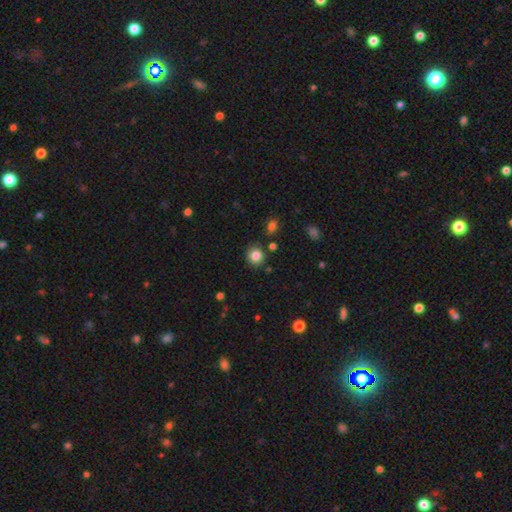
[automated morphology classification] smooth_or_featured: smooth (p=0.84) [alt: star or artifact p=0.11]
how_rounded: round (p=0.82) [alt: in between p=0.17]
merging: none (p=0.83) [alt: minor disturbance p=0.11]